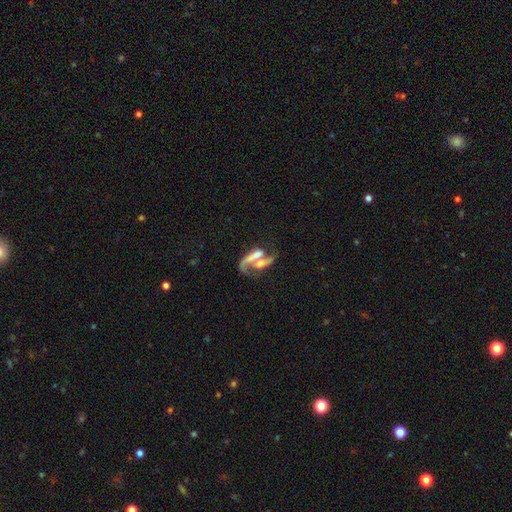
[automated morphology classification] Smooth or featured? featured or disk (66%)
Edge-on disk? no (87%)
Bar? no (49%)
Spiral arms? yes (68%)
Bulge size? moderate (35%)
Merging? merger (60%)